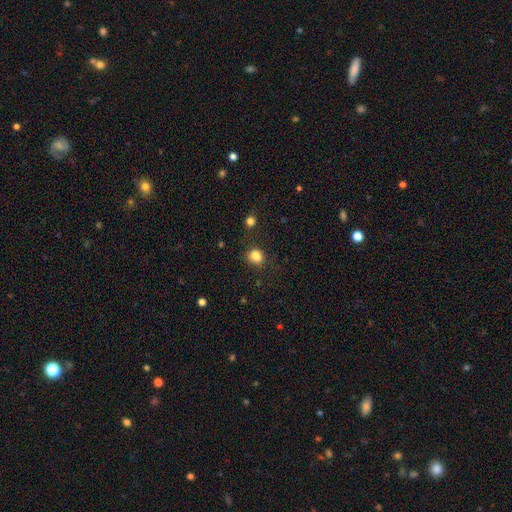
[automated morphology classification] smooth-or-featured: smooth: 80% | star or artifact: 13% | featured or disk: 7%
  how-rounded: round: 62% | in between: 37% | cigar-shaped: 1%
  merging: none: 59% | merger: 20% | minor disturbance: 16% | major disturbance: 6%